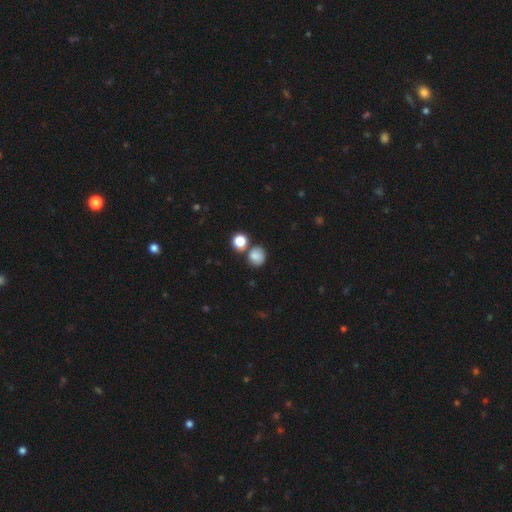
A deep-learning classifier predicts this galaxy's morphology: Overall: smooth (79%). How rounded: round (81%). Merging: none (64%).